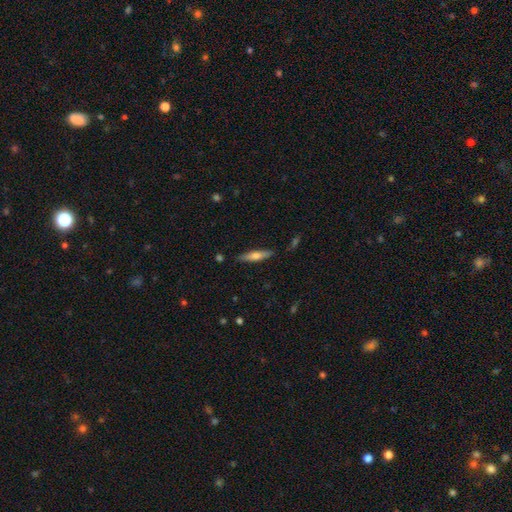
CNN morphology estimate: A smooth galaxy with no disk features (55%) that is cigar-shaped (79%). Merging: none (86%).